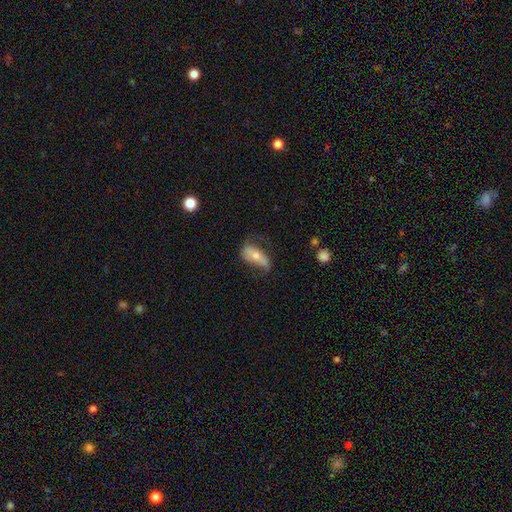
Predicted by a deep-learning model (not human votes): Smooth or featured? Predicted: smooth (p=0.51). How rounded? Predicted: in between (p=0.76). Merging? Predicted: none (p=0.51).